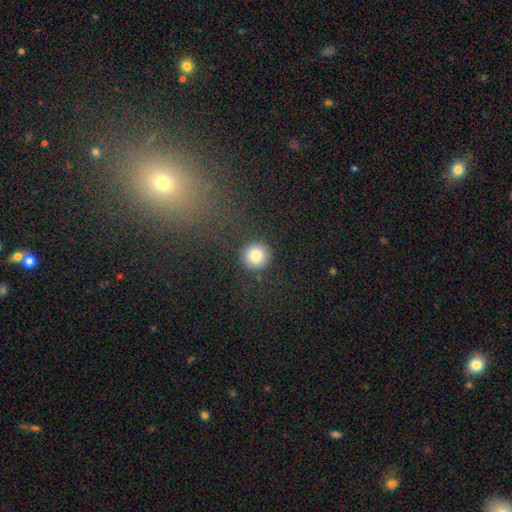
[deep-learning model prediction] smooth-or-featured: smooth: 84% | star or artifact: 10% | featured or disk: 6%
  how-rounded: round: 93% | in between: 6% | cigar-shaped: 1%
  merging: none: 86% | minor disturbance: 8% | major disturbance: 4% | merger: 2%